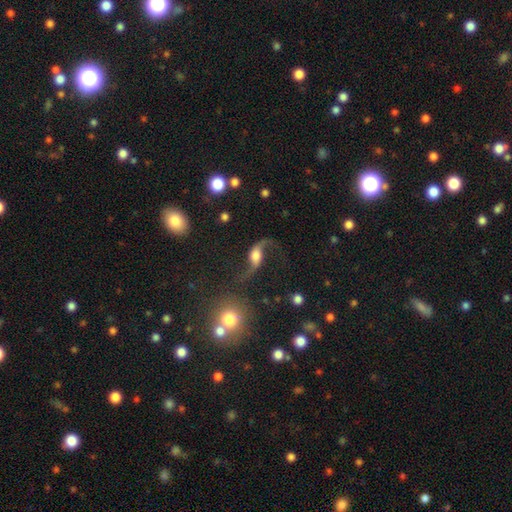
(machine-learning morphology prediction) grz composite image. It shows a featured or disk galaxy (85%) with no bar (50%), 2 (93%) loose (92%) spiral arms (96%) and a moderate central bulge (37%). Merging: none (70%).